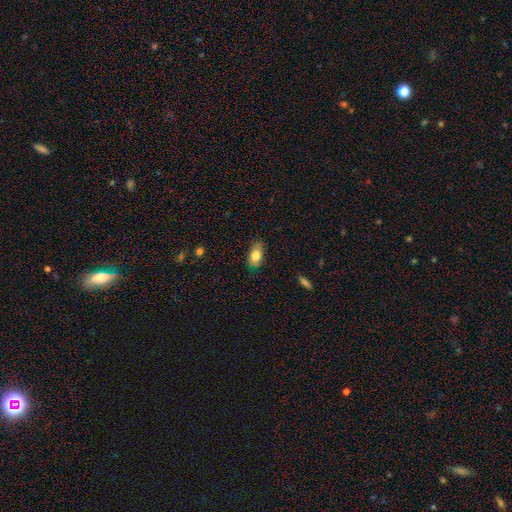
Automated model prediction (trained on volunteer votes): Smooth or featured? Predicted: smooth (p=0.79). How rounded? Predicted: in between (p=0.88). Merging? Predicted: none (p=0.78).